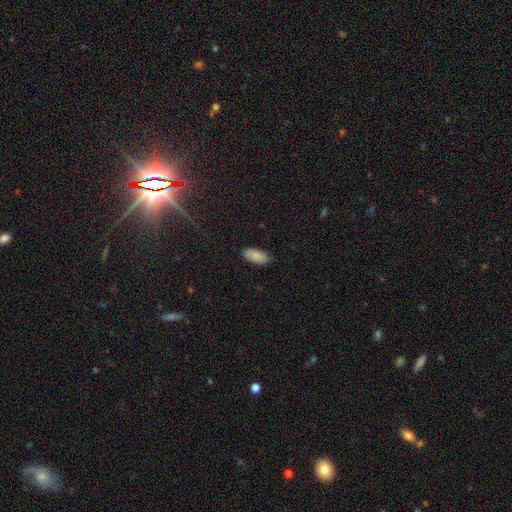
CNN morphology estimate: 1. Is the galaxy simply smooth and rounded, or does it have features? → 87% smooth, 7% star or artifact, 6% featured or disk.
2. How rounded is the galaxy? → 92% in between, 7% cigar-shaped, 2% round.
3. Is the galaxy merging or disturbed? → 84% none, 13% minor disturbance, 2% major disturbance, 1% merger.